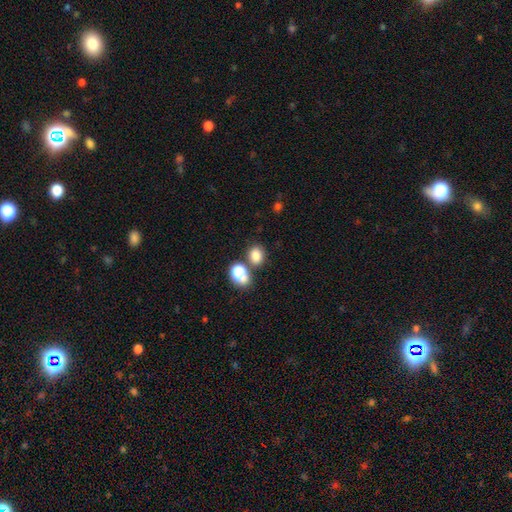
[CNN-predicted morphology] smooth-or-featured: smooth: 79% | star or artifact: 15% | featured or disk: 7%
  how-rounded: round: 56% | in between: 43% | cigar-shaped: 1%
  merging: none: 66% | merger: 20% | minor disturbance: 10% | major disturbance: 4%